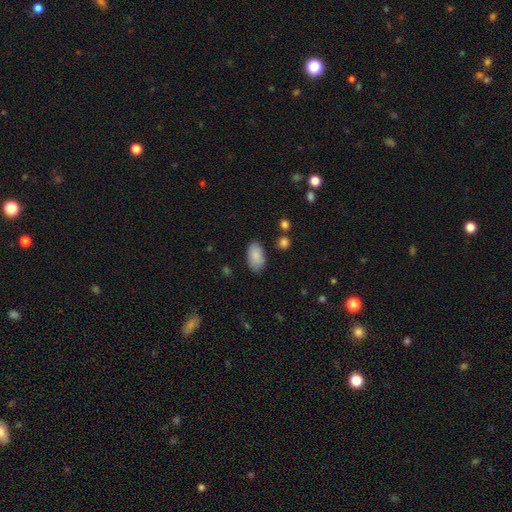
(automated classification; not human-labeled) Smooth or featured? smooth (87%)
How rounded? in between (94%)
Merging? none (81%)